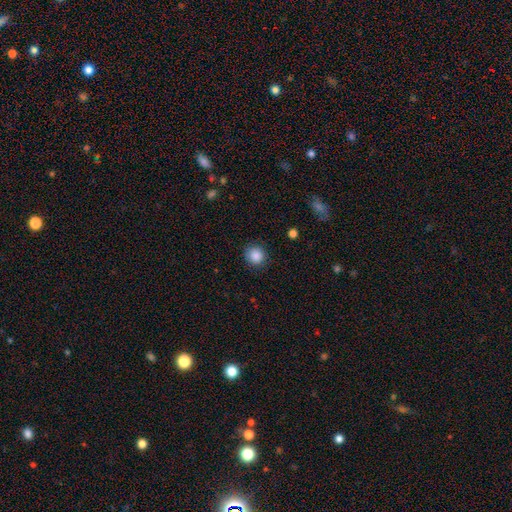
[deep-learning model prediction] Smooth or featured? Predicted: smooth (p=0.87). How rounded? Predicted: round (p=0.88). Merging? Predicted: none (p=0.86).